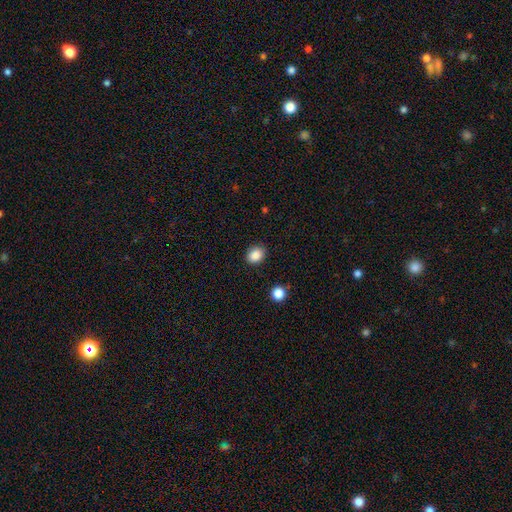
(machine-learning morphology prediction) Q: Smooth or featured?
A: smooth (87%); runner-up: star or artifact (9%)
Q: How rounded?
A: round (52%); runner-up: in between (47%)
Q: Merging?
A: none (87%); runner-up: minor disturbance (9%)